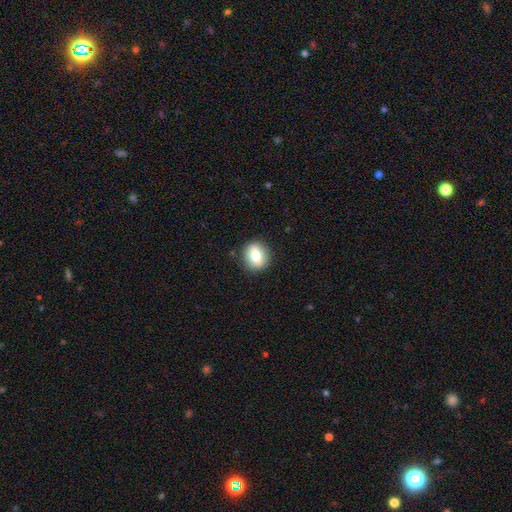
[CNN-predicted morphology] A smooth galaxy with no disk features (74%) that is round (67%).

Vote fractions:
- Smooth or featured? smooth: 74% / featured or disk: 18% / star or artifact: 8%
- How rounded? round: 67% / in between: 31% / cigar-shaped: 2%
- Merging? none: 88% / minor disturbance: 8% / major disturbance: 2% / merger: 1%